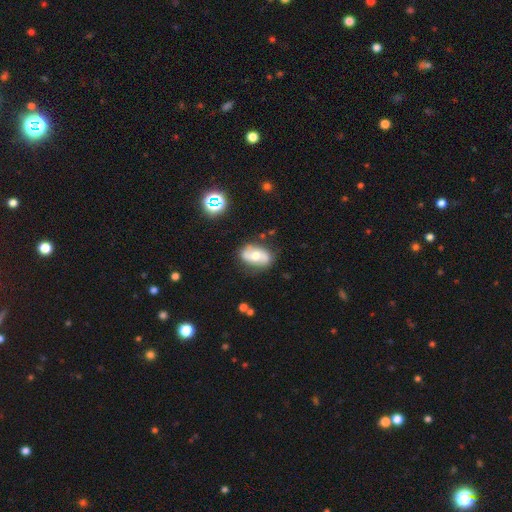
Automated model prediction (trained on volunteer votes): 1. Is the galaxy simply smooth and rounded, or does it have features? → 55% featured or disk, 36% smooth, 8% star or artifact.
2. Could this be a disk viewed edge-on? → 93% no, 7% yes.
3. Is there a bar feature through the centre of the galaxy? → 61% no, 27% weak, 12% strong.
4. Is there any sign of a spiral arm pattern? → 76% yes, 24% no.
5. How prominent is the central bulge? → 70% moderate, 20% small, 7% large, 1% none, 1% dominant.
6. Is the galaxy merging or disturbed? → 77% none, 16% minor disturbance, 4% major disturbance, 2% merger.